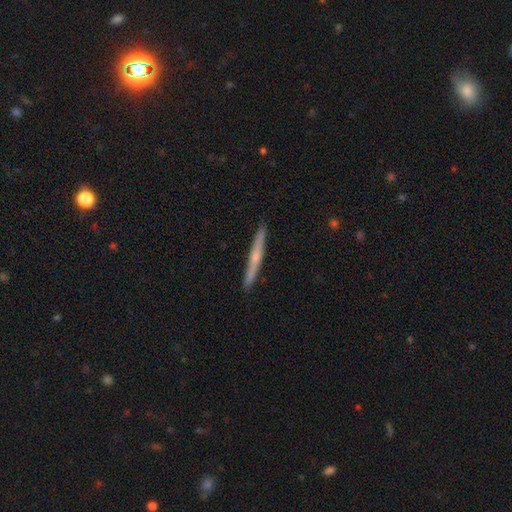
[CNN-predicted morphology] Smooth or featured? featured or disk (57%)
Edge-on disk? yes (97%)
Edge-on bulge? rounded (63%)
Merging? none (91%)